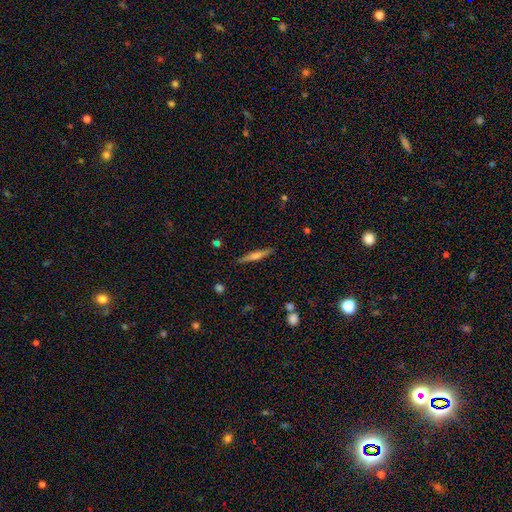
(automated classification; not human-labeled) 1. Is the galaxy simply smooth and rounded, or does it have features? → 61% featured or disk, 31% smooth, 8% star or artifact.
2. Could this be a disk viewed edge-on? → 97% yes, 3% no.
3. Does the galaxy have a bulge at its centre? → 77% rounded, 14% none, 9% boxy.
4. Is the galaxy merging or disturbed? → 90% none, 7% minor disturbance, 2% major disturbance, 1% merger.